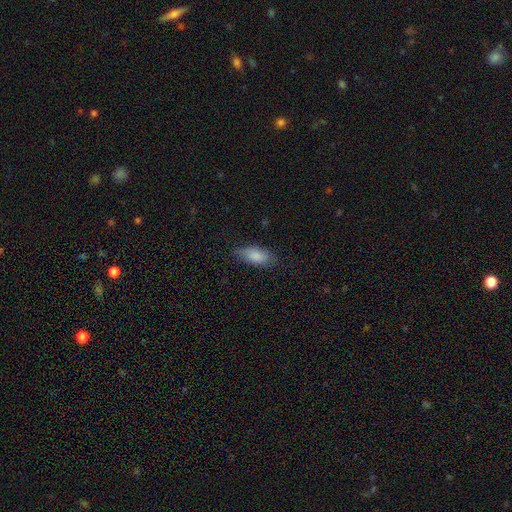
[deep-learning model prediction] Smooth or featured: smooth — 85% (featured or disk — 9%)
How rounded: in between — 87% (cigar-shaped — 11%)
Merging: none — 74% (minor disturbance — 21%)